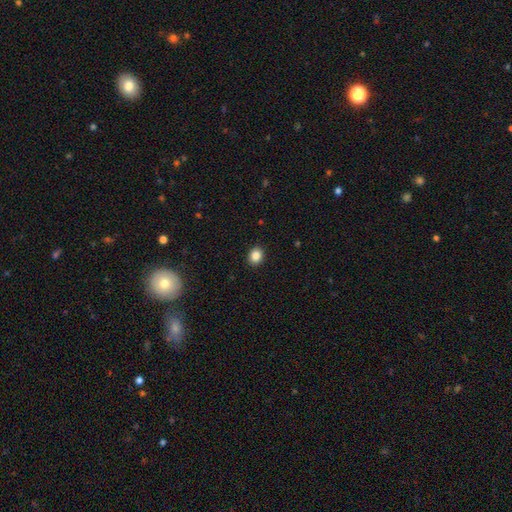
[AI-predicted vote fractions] This appears to be a smooth galaxy with no disk features (86%) that is round (64%). Merging: none (91%).